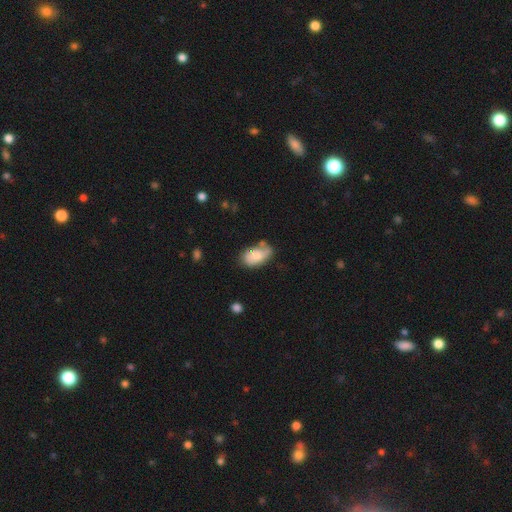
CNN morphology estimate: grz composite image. It shows a smooth galaxy with no disk features (70%) that is in between round and cigar-shaped (92%). Merging: none (47%).